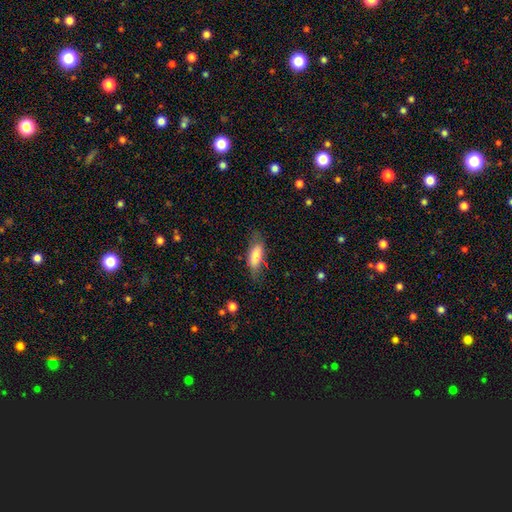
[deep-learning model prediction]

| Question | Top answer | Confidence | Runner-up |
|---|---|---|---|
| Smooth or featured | smooth | 75% | featured or disk (18%) |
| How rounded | in between | 70% | cigar-shaped (28%) |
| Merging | none | 61% | minor disturbance (27%) |